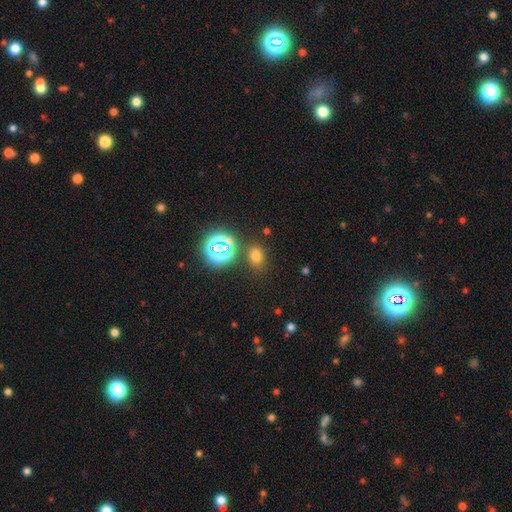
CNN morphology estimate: smooth 64%, star or artifact 29%, featured or disk 7%. Down the decision tree: how rounded — in between (66%); merging — none (78%).